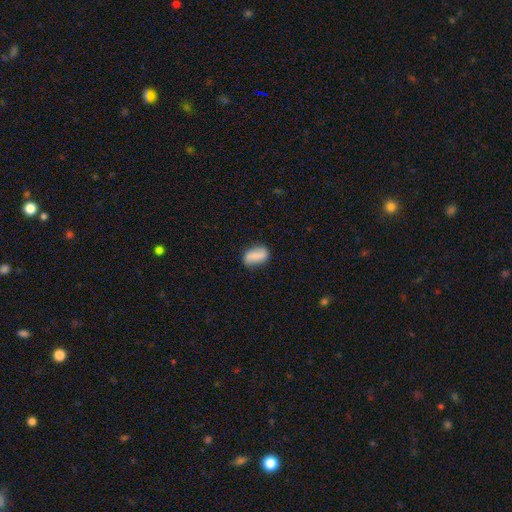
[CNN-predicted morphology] Smooth or featured? Predicted: smooth (p=0.79). How rounded? Predicted: in between (p=0.88). Merging? Predicted: none (p=0.77).